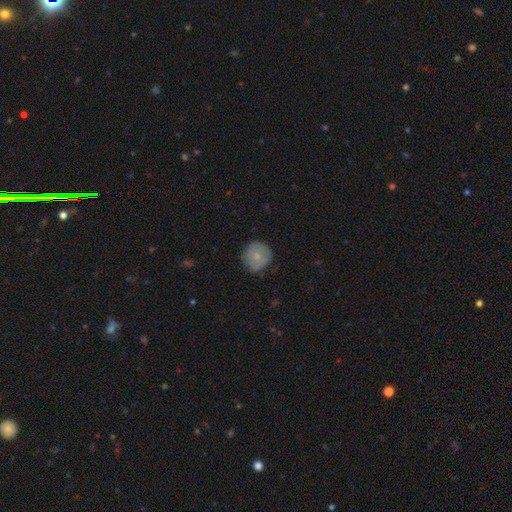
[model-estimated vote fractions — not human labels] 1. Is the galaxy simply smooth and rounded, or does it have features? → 72% smooth, 21% featured or disk, 8% star or artifact.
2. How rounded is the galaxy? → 91% round, 8% in between, 1% cigar-shaped.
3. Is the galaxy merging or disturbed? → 77% none, 19% minor disturbance, 4% major disturbance, 1% merger.